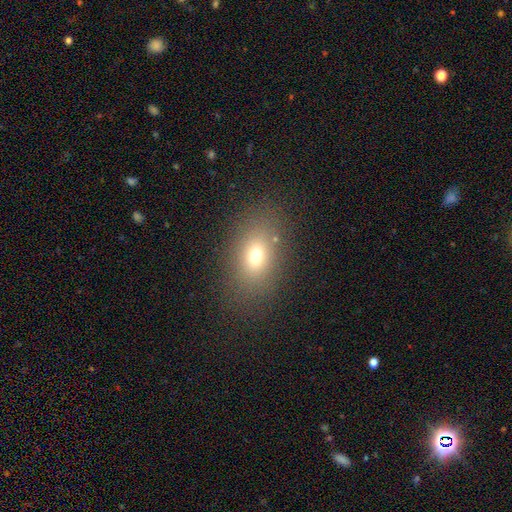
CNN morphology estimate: Smooth or featured? smooth (69%)
How rounded? in between (74%)
Merging? none (82%)